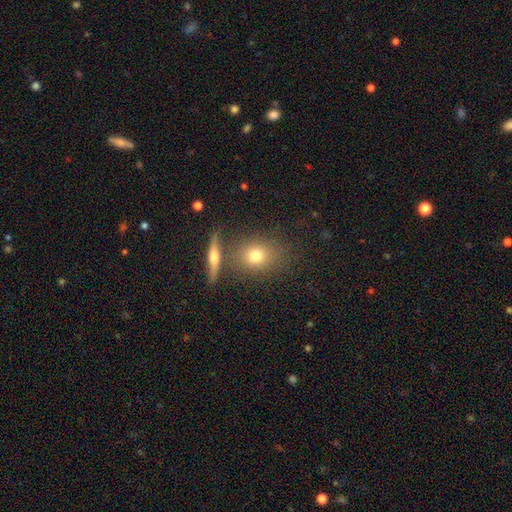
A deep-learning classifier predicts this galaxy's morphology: smooth 71%, featured or disk 17%, star or artifact 11%. Down the decision tree: how rounded — round (53%); merging — none (70%).